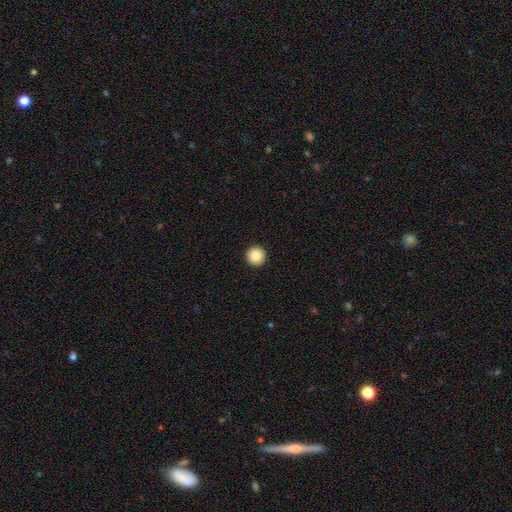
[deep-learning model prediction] A smooth galaxy with no disk features (87%) that is round (97%).

Vote fractions:
- Smooth or featured? smooth: 87% / star or artifact: 8% / featured or disk: 5%
- How rounded? round: 97% / in between: 2% / cigar-shaped: 1%
- Merging? none: 94% / minor disturbance: 4% / major disturbance: 1% / merger: 1%